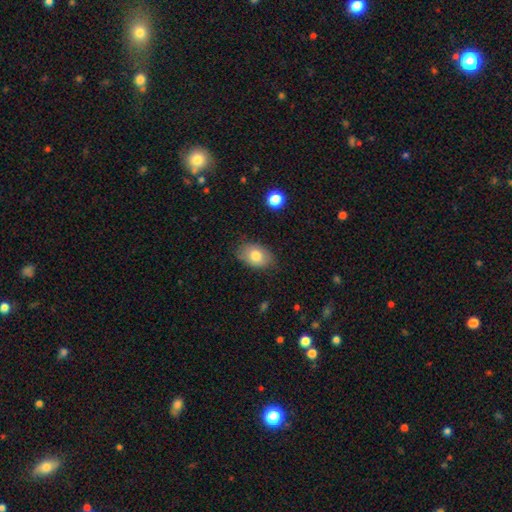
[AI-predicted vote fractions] The model was most divided on "merging": none: 76%, minor disturbance: 19%, major disturbance: 4%, merger: 1%. More confident: how rounded — in between (85%); smooth or featured — smooth (78%).